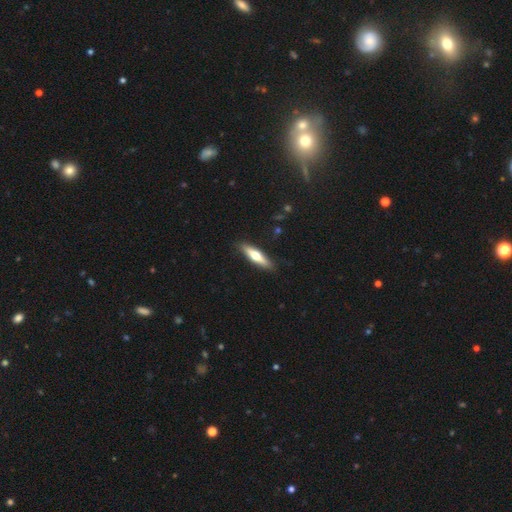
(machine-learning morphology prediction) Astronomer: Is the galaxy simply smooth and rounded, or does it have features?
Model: smooth — 50% (runner-up: featured or disk, 45%).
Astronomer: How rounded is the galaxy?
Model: cigar-shaped — 73%.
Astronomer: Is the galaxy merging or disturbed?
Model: none — 89%.